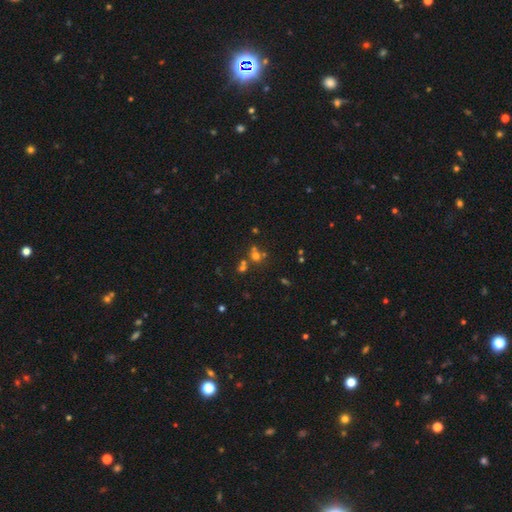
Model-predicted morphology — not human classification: This is possibly a smooth galaxy (52%). How rounded: clearly round (83%). Merging: possibly none (49%).